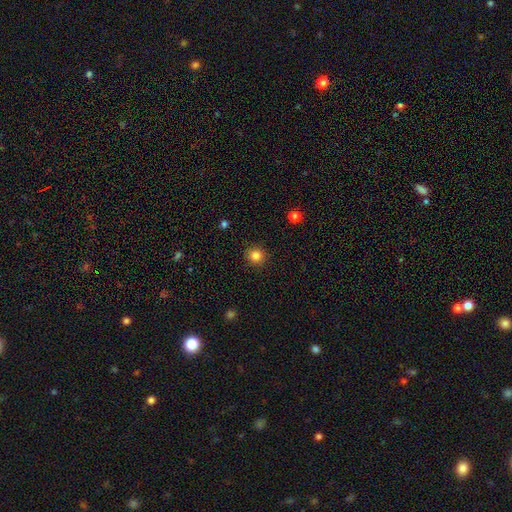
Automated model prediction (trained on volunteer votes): This is clearly a smooth galaxy (84%). How rounded: clearly round (91%). Merging: clearly none (91%).